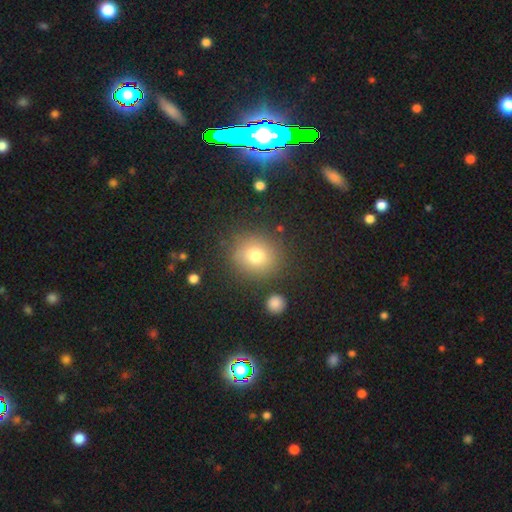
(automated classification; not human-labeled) This is likely a smooth galaxy (75%). How rounded: clearly round (85%). Merging: clearly none (84%).